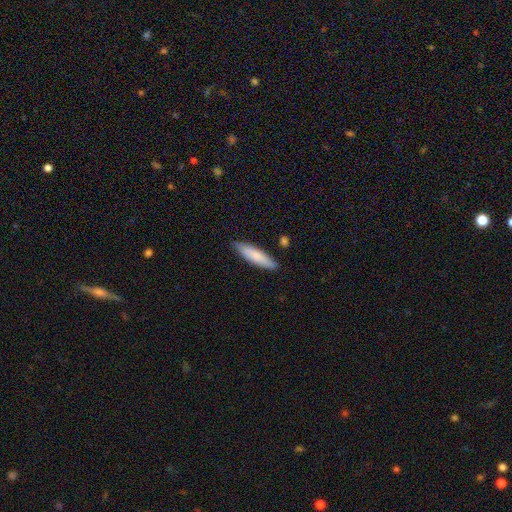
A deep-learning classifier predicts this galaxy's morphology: Smooth or featured: smooth — 80% (featured or disk — 15%)
How rounded: cigar-shaped — 76% (in between — 23%)
Merging: none — 85% (minor disturbance — 11%)